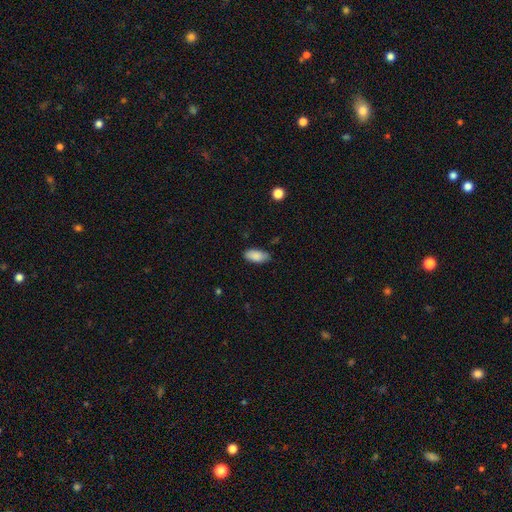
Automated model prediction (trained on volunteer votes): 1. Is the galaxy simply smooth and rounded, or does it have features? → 87% smooth, 7% star or artifact, 6% featured or disk.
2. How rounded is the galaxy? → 91% in between, 7% cigar-shaped, 2% round.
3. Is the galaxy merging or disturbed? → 80% none, 16% minor disturbance, 3% major disturbance, 1% merger.